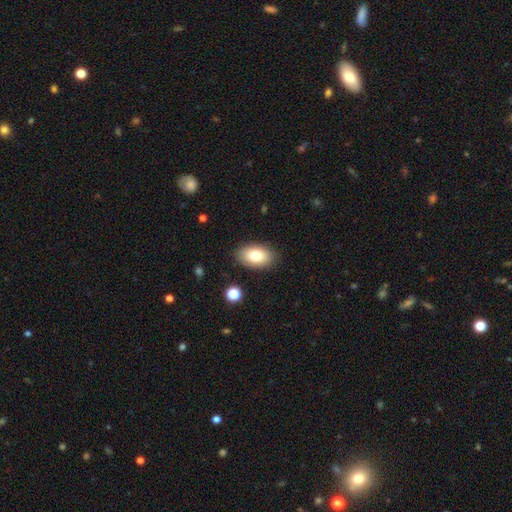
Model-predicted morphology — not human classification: This appears to be a smooth galaxy with no disk features (78%) that is in between round and cigar-shaped (92%). Merging: none (87%).